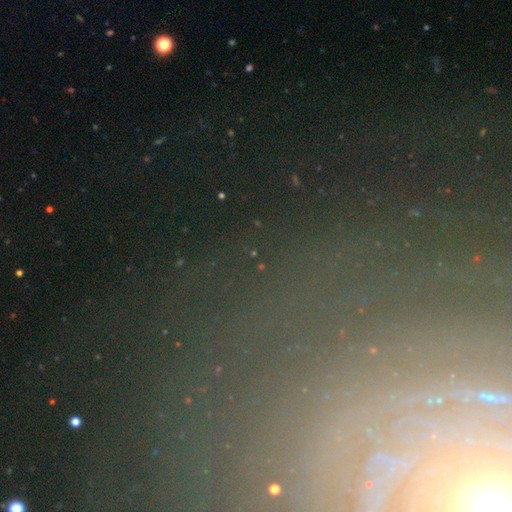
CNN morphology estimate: Smooth or featured: star or artifact — 50% (featured or disk — 32%)